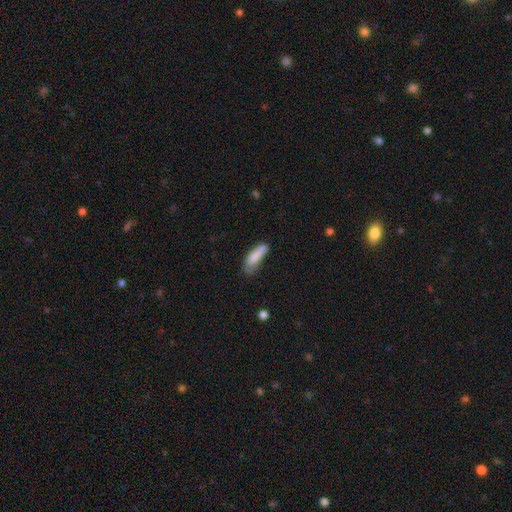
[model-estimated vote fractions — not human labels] Morphology: type=smooth (80%); roundness=cigar-shaped (56%); merging=none (47%).